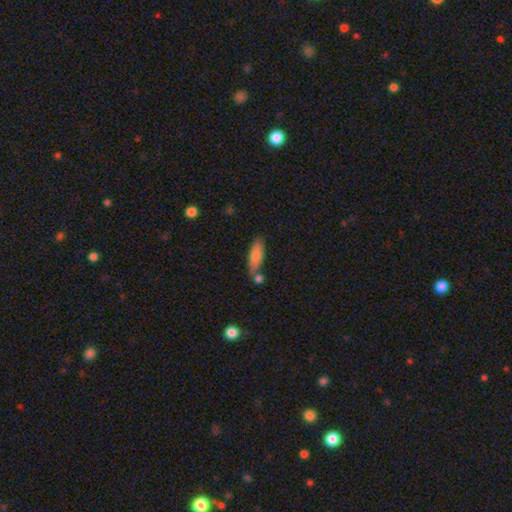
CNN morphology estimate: Smooth or featured: smooth — 80% (featured or disk — 14%)
How rounded: in between — 67% (cigar-shaped — 31%)
Merging: none — 60% (merger — 18%)